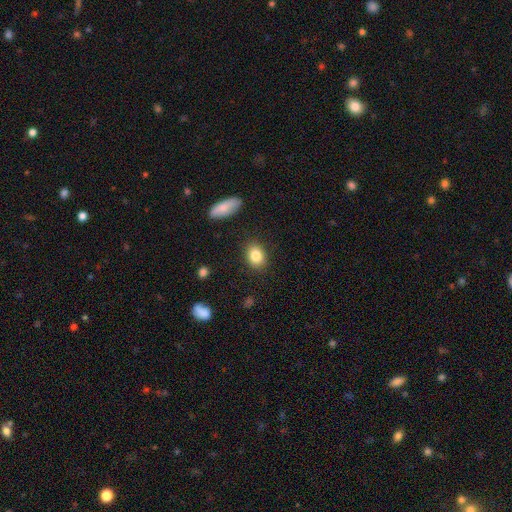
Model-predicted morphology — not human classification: A smooth galaxy with no disk features (83%) that is in between round and cigar-shaped (65%).

Vote fractions:
- Smooth or featured? smooth: 83% / star or artifact: 8% / featured or disk: 8%
- How rounded? in between: 65% / round: 33% / cigar-shaped: 1%
- Merging? none: 87% / minor disturbance: 9% / major disturbance: 2% / merger: 2%